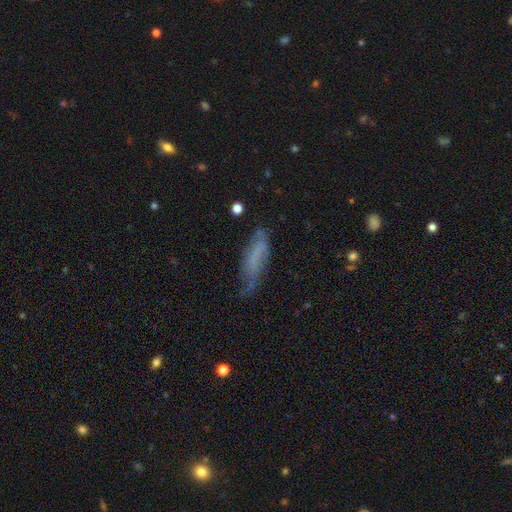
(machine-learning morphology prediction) smooth_or_featured: smooth (p=0.50) [alt: featured or disk p=0.40]
merging: none (p=0.49) [alt: minor disturbance p=0.32]